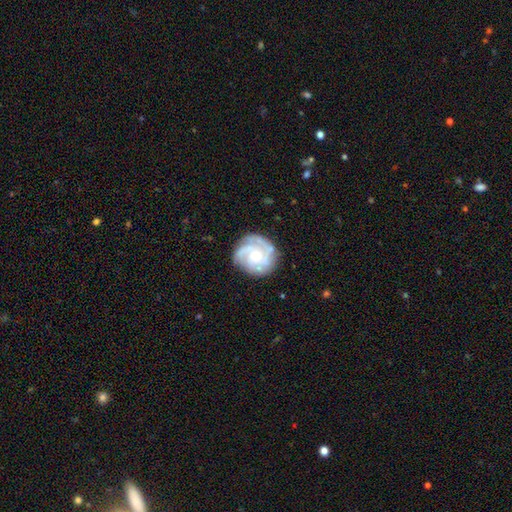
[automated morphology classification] A featured or disk galaxy (83%) with no bar (78%), 3 (41%) tight (61%) spiral arms (94%) and a small central bulge (50%).

Vote fractions:
- Smooth or featured? featured or disk: 83% / smooth: 12% / star or artifact: 5%
- Edge-on disk? no: 98% / yes: 2%
- Bar? no: 78% / weak: 18% / strong: 3%
- Spiral arms? yes: 94% / no: 6%
- Spiral winding? tight: 61% / medium: 31% / loose: 8%
- Spiral arm count? 3: 41% / can't tell: 21% / 4: 14% / 2: 14% / 1: 5% / more than 4: 5%
- Bulge size? small: 50% / moderate: 46% / large: 2% / none: 1% / dominant: 1%
- Merging? none: 77% / minor disturbance: 16% / major disturbance: 6% / merger: 1%